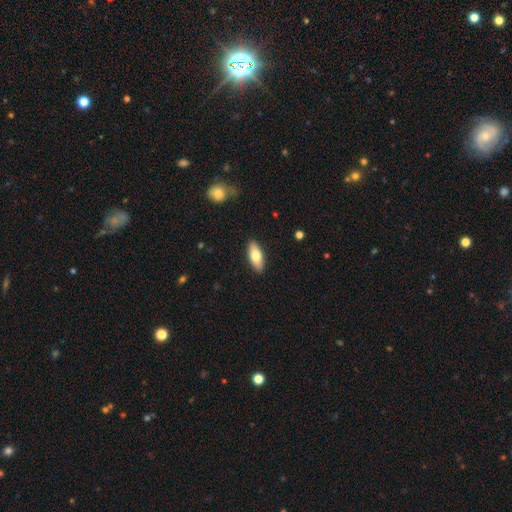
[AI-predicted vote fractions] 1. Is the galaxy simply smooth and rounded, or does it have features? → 73% smooth, 21% featured or disk, 6% star or artifact.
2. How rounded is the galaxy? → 78% in between, 19% cigar-shaped, 2% round.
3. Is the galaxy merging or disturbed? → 89% none, 8% minor disturbance, 2% major disturbance, 1% merger.